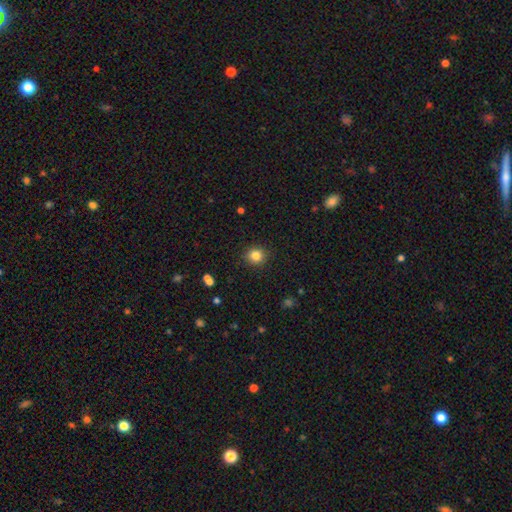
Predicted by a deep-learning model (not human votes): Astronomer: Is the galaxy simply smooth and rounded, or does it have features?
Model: smooth — 83%.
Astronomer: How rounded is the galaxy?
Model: round — 85%.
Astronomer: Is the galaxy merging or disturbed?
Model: none — 90%.